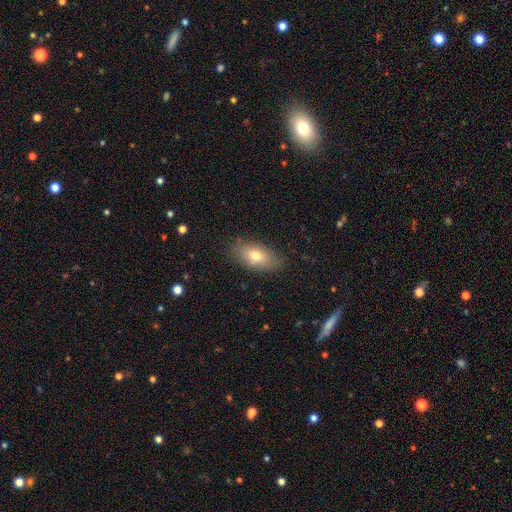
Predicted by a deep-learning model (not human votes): Overall: smooth (75%). How rounded: in between (89%). Merging: none (83%).